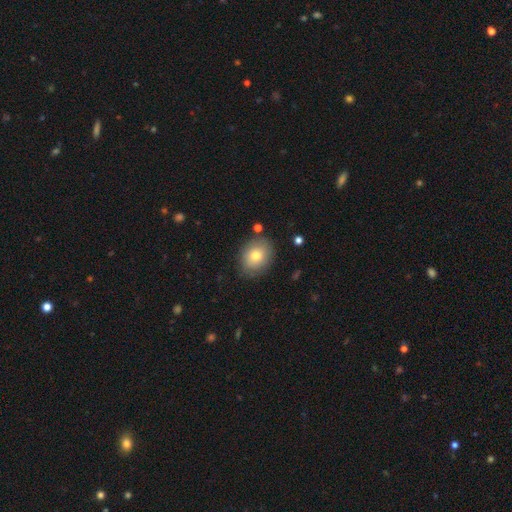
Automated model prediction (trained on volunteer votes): Morphology: type=smooth (76%); roundness=in between (52%); merging=none (81%).